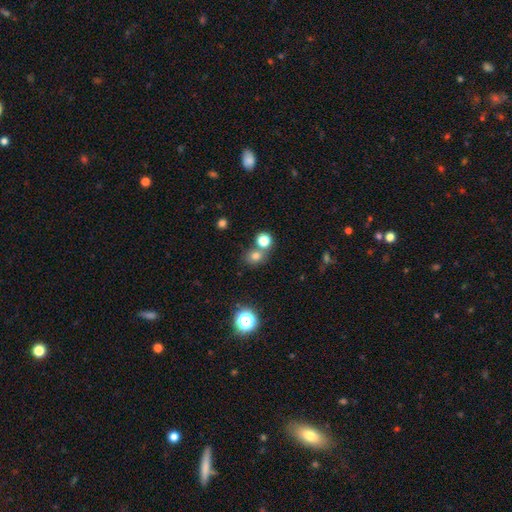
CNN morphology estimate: smooth_or_featured: smooth (p=0.74) [alt: star or artifact p=0.19]
how_rounded: round (p=0.75) [alt: in between p=0.24]
merging: none (p=0.60) [alt: merger p=0.28]